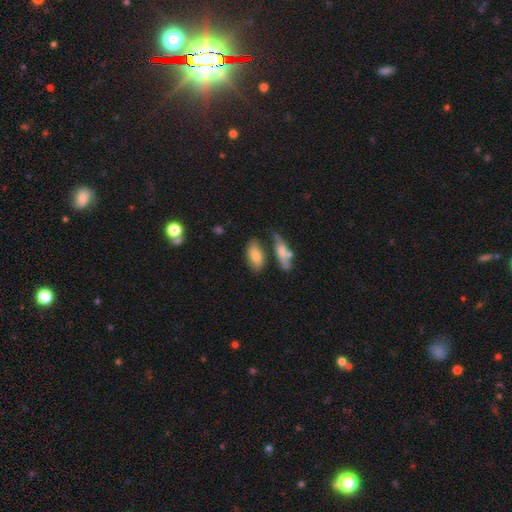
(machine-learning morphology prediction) A smooth galaxy with no disk features (77%) that is in between round and cigar-shaped (88%).

Vote fractions:
- Smooth or featured? smooth: 77% / featured or disk: 16% / star or artifact: 8%
- How rounded? in between: 88% / cigar-shaped: 8% / round: 4%
- Merging? none: 60% / minor disturbance: 18% / merger: 15% / major disturbance: 7%